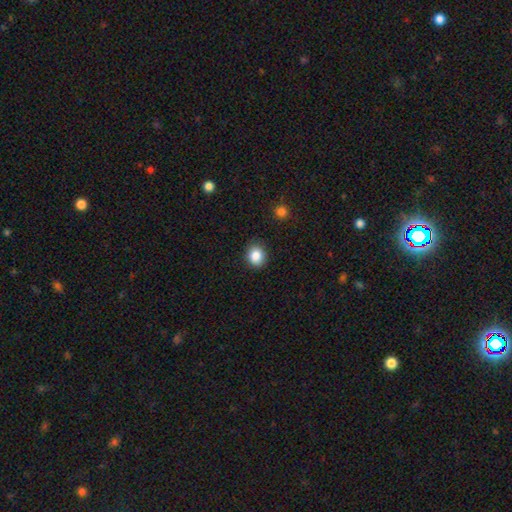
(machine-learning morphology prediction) smooth_or_featured: smooth (p=0.86) [alt: star or artifact p=0.10]
how_rounded: round (p=0.71) [alt: in between p=0.29]
merging: none (p=0.88) [alt: minor disturbance p=0.08]